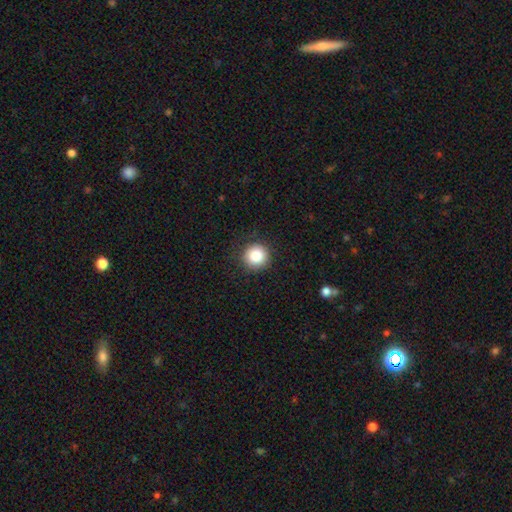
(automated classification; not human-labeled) Smooth or featured? Predicted: smooth (p=0.86). How rounded? Predicted: round (p=0.95). Merging? Predicted: none (p=0.89).